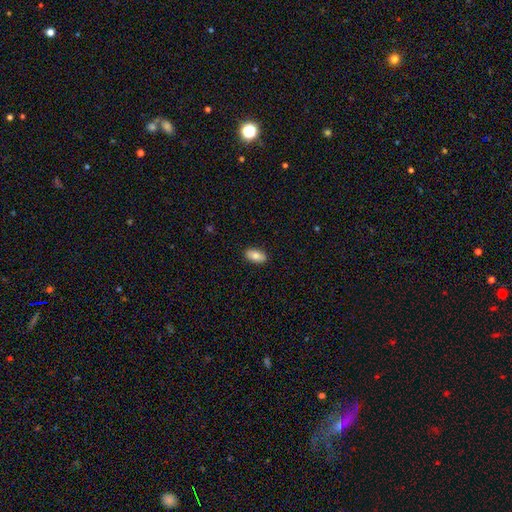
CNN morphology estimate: Smooth or featured: smooth — 81% (featured or disk — 12%)
How rounded: in between — 91% (cigar-shaped — 5%)
Merging: none — 90% (minor disturbance — 8%)